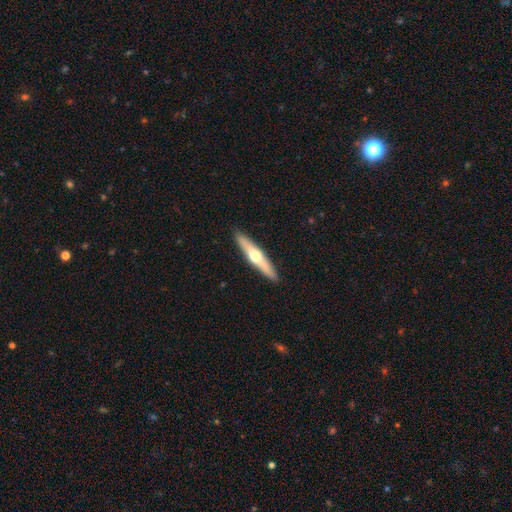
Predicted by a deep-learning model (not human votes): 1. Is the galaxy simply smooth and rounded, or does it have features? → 55% featured or disk, 40% smooth, 5% star or artifact.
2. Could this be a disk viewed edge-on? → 94% yes, 6% no.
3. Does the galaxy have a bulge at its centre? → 92% rounded, 5% none, 3% boxy.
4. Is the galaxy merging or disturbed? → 91% none, 7% minor disturbance, 1% major disturbance, 1% merger.